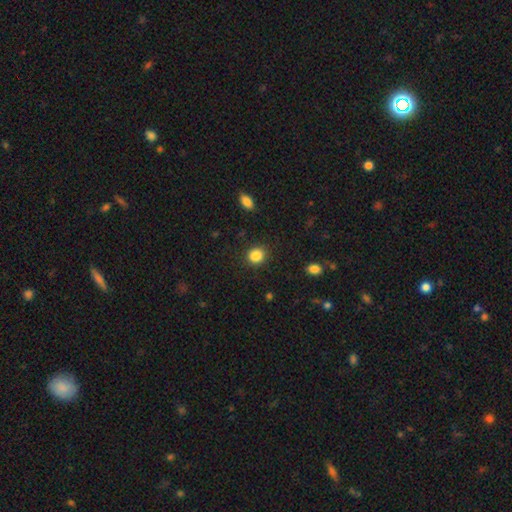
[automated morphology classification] The model was most divided on "how rounded": round: 73%, in between: 26%, cigar-shaped: 1%. More confident: merging — none (87%); smooth or featured — smooth (87%).